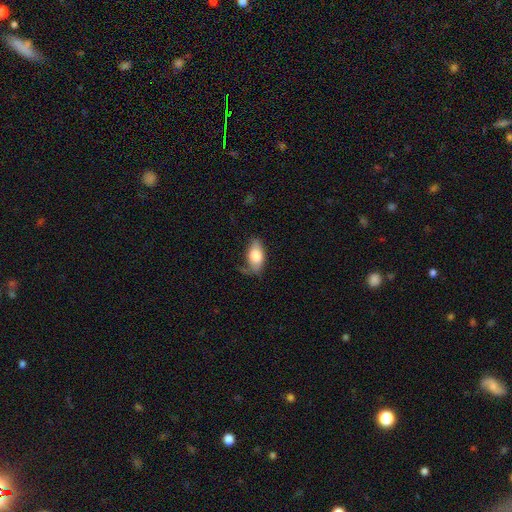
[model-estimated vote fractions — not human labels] A smooth galaxy with no disk features (79%) that is in between round and cigar-shaped (91%).

Vote fractions:
- Smooth or featured? smooth: 79% / featured or disk: 14% / star or artifact: 7%
- How rounded? in between: 91% / cigar-shaped: 4% / round: 4%
- Merging? none: 51% / minor disturbance: 33% / major disturbance: 13% / merger: 4%